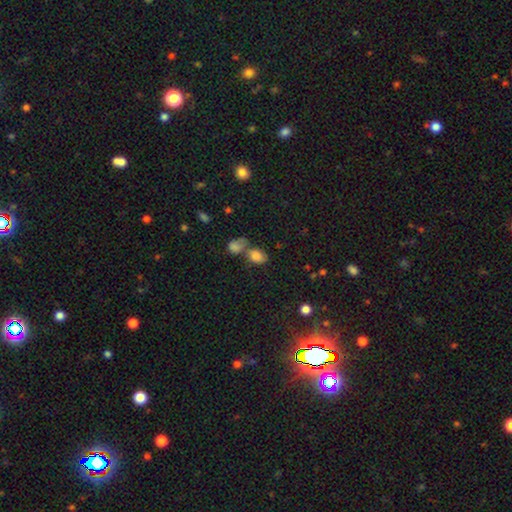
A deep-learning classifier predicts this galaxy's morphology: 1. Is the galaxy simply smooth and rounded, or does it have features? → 80% smooth, 11% star or artifact, 9% featured or disk.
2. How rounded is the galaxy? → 76% in between, 23% round, 2% cigar-shaped.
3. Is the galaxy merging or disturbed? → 47% merger, 35% none, 12% minor disturbance, 6% major disturbance.